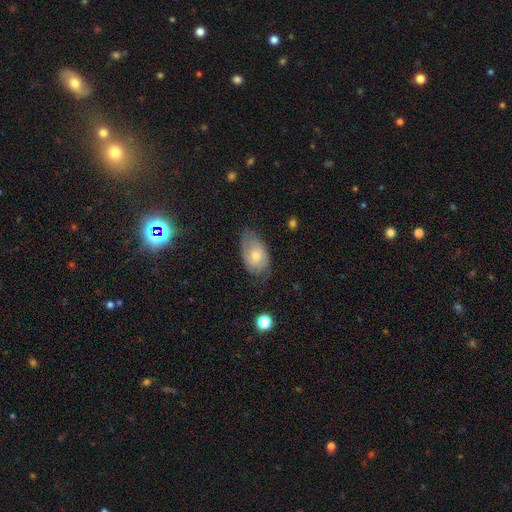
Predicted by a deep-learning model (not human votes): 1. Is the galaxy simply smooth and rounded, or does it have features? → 58% smooth, 32% featured or disk, 10% star or artifact.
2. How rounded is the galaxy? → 89% in between, 10% round, 2% cigar-shaped.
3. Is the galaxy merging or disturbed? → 54% none, 34% minor disturbance, 11% major disturbance, 1% merger.